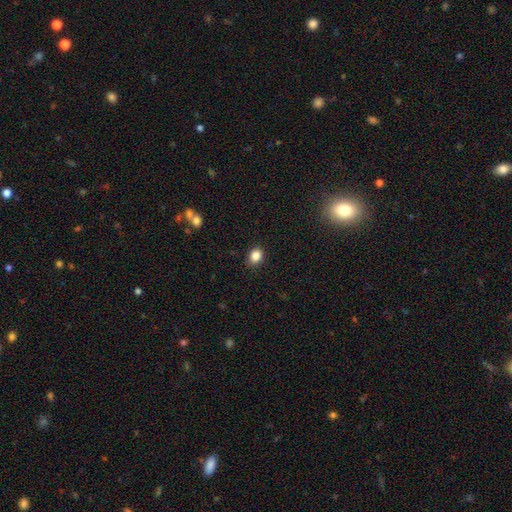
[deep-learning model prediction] smooth_or_featured: smooth (p=0.85) [alt: star or artifact p=0.11]
how_rounded: round (p=0.53) [alt: in between p=0.46]
merging: none (p=0.86) [alt: minor disturbance p=0.10]